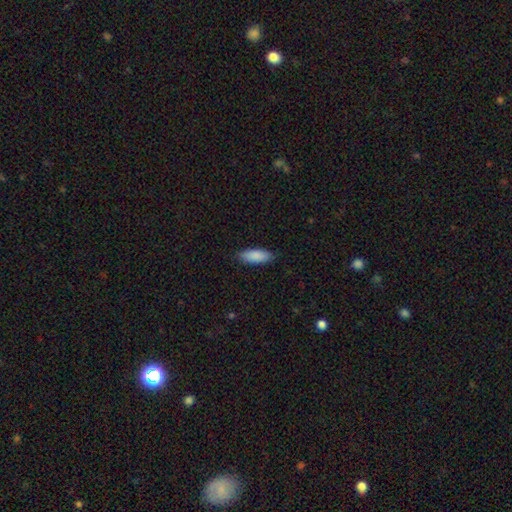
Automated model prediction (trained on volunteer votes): Q: Smooth or featured?
A: smooth (89%); runner-up: featured or disk (6%)
Q: How rounded?
A: in between (74%); runner-up: cigar-shaped (25%)
Q: Merging?
A: none (84%); runner-up: minor disturbance (13%)